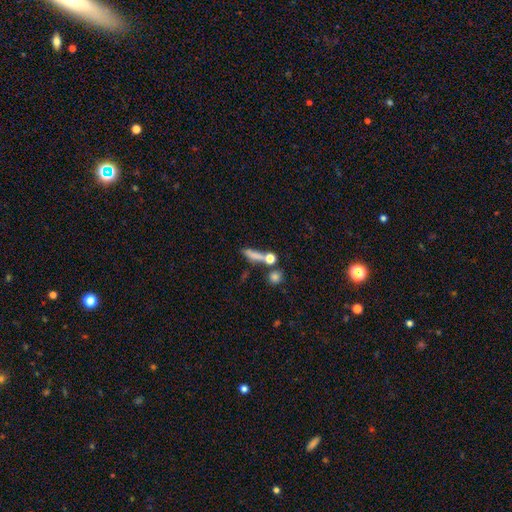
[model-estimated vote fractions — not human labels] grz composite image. It shows a smooth galaxy with no disk features (67%) that is cigar-shaped (60%). Merging: none (53%).